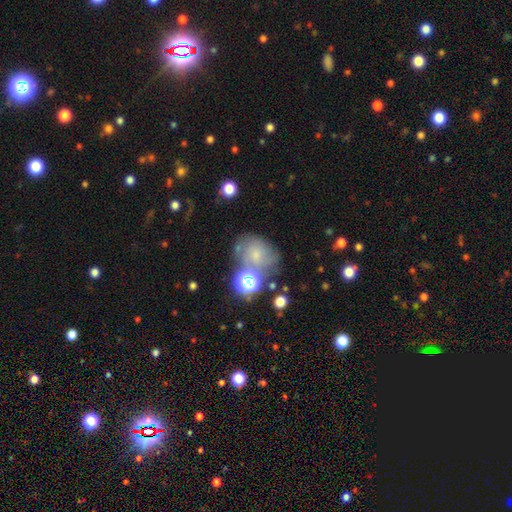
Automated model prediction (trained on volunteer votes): Overall: smooth (42%; featured or disk 36%). Merging: none (48%; minor disturbance 21%).